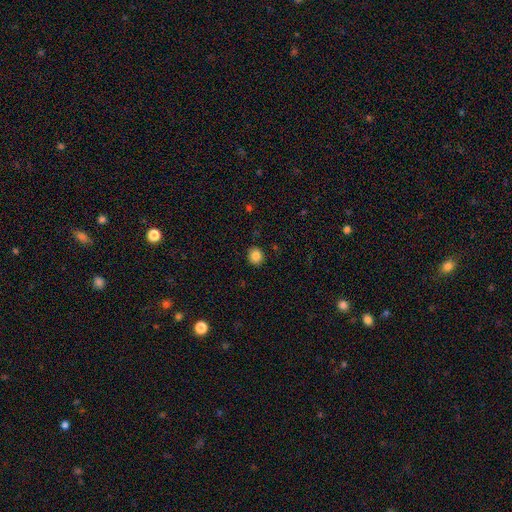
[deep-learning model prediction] Smooth or featured? smooth (85%)
How rounded? round (83%)
Merging? none (90%)